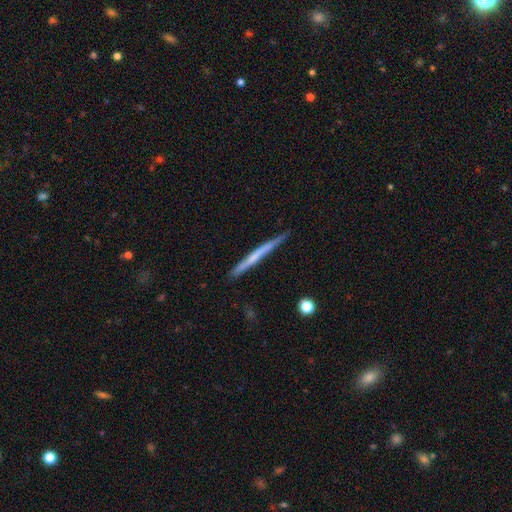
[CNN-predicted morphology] featured or disk 50%, smooth 44%, star or artifact 5%. Down the decision tree: edge-on disk — yes (97%); merging — none (85%).